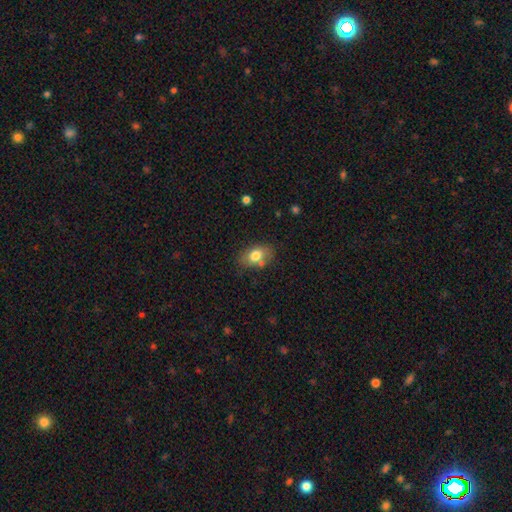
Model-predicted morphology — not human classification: This is likely a smooth galaxy (76%). How rounded: clearly in between (84%). Merging: likely none (71%).